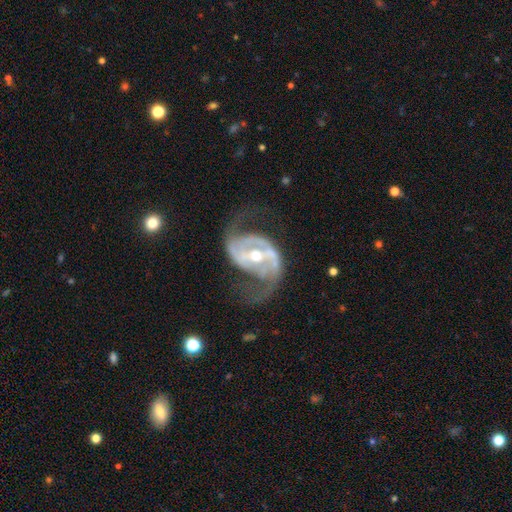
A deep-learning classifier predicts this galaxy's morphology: smooth_or_featured: featured or disk (p=0.92) [alt: star or artifact p=0.04]
disk_edge_on: no (p=0.97) [alt: yes p=0.03]
bar: strong (p=0.50) [alt: weak p=0.33]
has_spiral_arms: yes (p=0.96) [alt: no p=0.04]
spiral_winding: medium (p=0.49) [alt: loose p=0.40]
spiral_arm_count: 2 (p=0.92) [alt: can't tell p=0.02]
bulge_size: moderate (p=0.58) [alt: small p=0.38]
merging: none (p=0.65) [alt: major disturbance p=0.16]